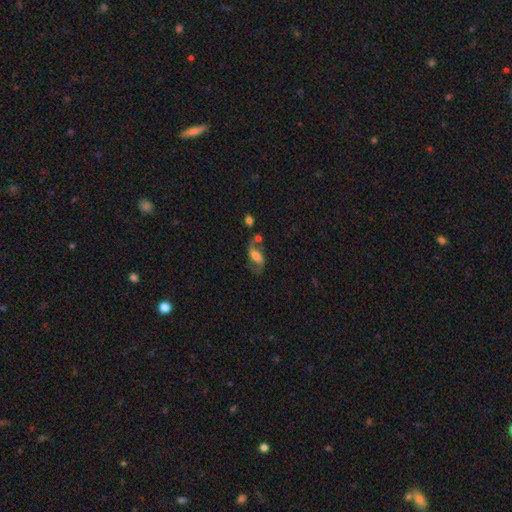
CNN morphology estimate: Smooth or featured? Predicted: featured or disk (p=0.69). Edge-on disk? Predicted: no (p=0.94). Bar? Predicted: weak (p=0.41). Spiral arms? Predicted: yes (p=0.89). Spiral winding? Predicted: loose (p=0.70). Spiral arm count? Predicted: 2 (p=0.89). Bulge size? Predicted: moderate (p=0.28). Merging? Predicted: none (p=0.50).